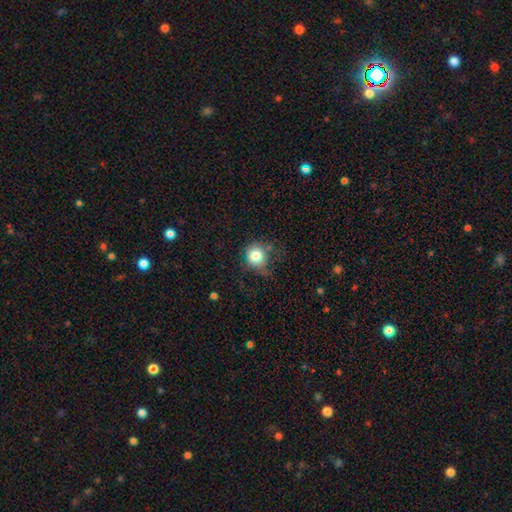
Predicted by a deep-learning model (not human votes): Smooth or featured? Predicted: smooth (p=0.79). How rounded? Predicted: round (p=0.88). Merging? Predicted: none (p=0.61).